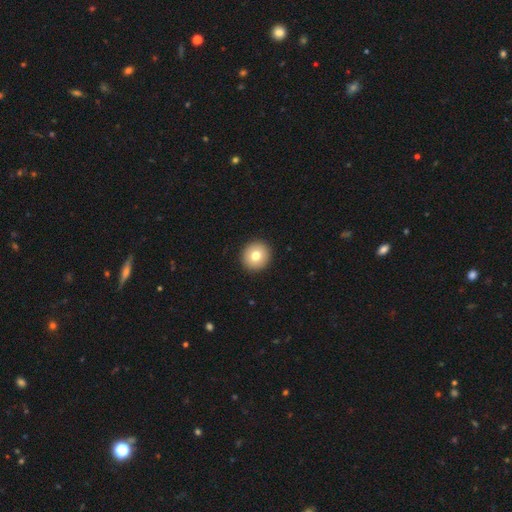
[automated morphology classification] This appears to be a smooth galaxy with no disk features (77%) that is round (94%). Merging: none (93%).